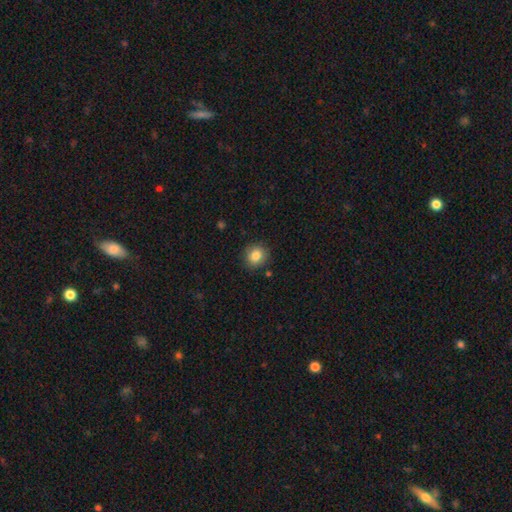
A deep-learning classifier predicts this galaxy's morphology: Smooth or featured: smooth — 84% (star or artifact — 10%)
How rounded: round — 86% (in between — 13%)
Merging: none — 88% (minor disturbance — 8%)